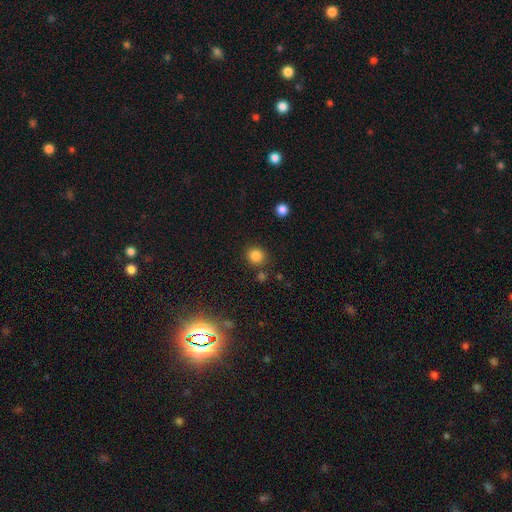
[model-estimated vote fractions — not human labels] A smooth galaxy with no disk features (84%) that is round (86%). Merging: none (83%).